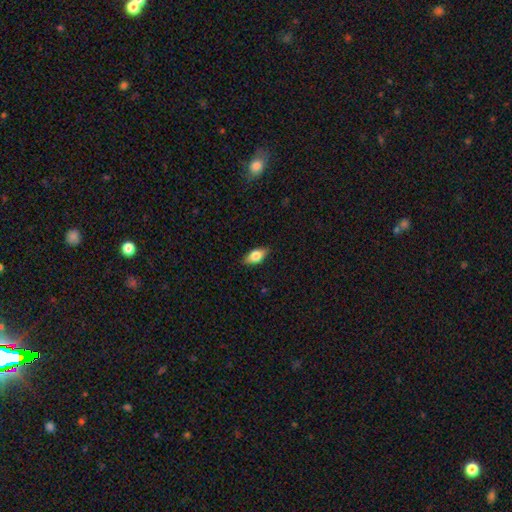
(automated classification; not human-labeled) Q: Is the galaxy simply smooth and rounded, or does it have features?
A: smooth — 75%.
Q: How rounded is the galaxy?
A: in between — 87%.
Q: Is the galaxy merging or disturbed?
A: none — 86%.